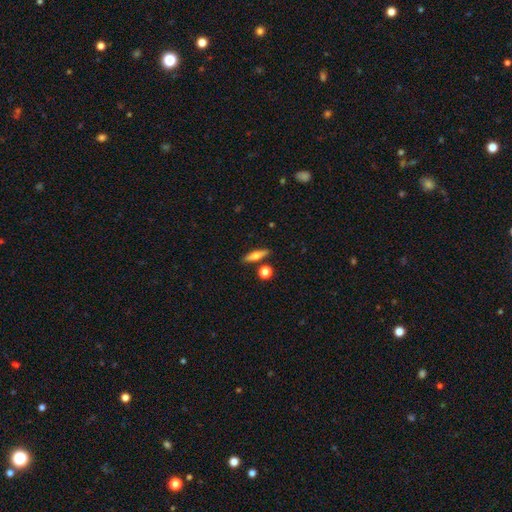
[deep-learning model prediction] Smooth or featured: smooth — 53% (featured or disk — 40%)
How rounded: cigar-shaped — 63% (in between — 31%)
Merging: none — 82% (minor disturbance — 9%)